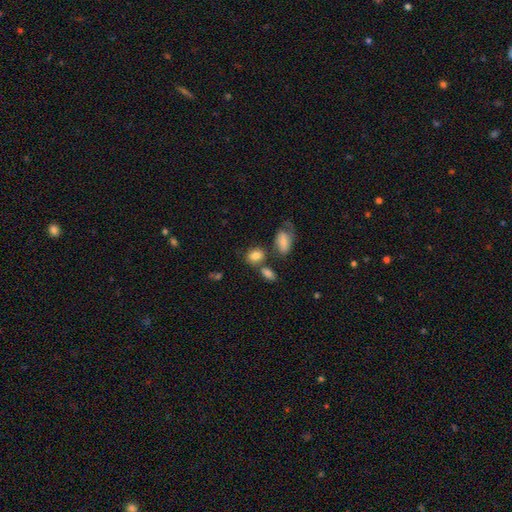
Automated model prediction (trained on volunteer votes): This is clearly a smooth galaxy (82%). How rounded: likely in between (61%). Merging: possibly none (55%).